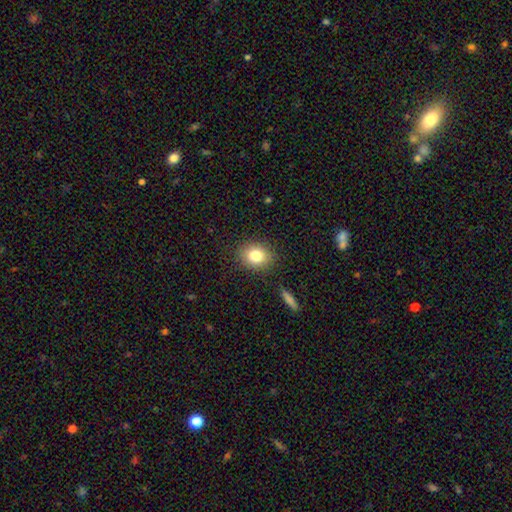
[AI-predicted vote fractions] The model was most divided on "how rounded": round: 59%, in between: 40%, cigar-shaped: 1%. More confident: merging — none (87%); smooth or featured — smooth (80%).